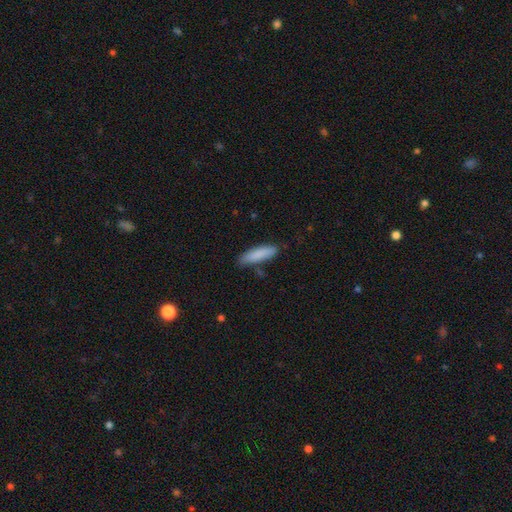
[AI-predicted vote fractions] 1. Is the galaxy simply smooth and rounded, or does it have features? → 85% smooth, 9% featured or disk, 6% star or artifact.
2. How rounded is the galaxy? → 71% cigar-shaped, 28% in between, 1% round.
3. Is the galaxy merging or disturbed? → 81% none, 14% minor disturbance, 3% major disturbance, 2% merger.